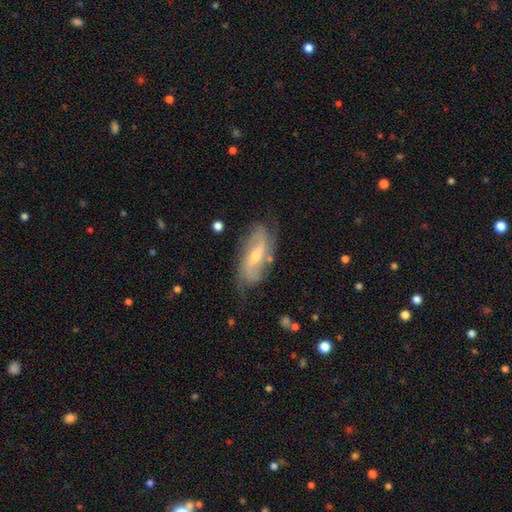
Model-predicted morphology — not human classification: smooth_or_featured: featured or disk (p=0.82) [alt: smooth p=0.12]
disk_edge_on: no (p=0.90) [alt: yes p=0.10]
bar: weak (p=0.41) [alt: no p=0.31]
has_spiral_arms: yes (p=0.93) [alt: no p=0.07]
spiral_winding: medium (p=0.39) [alt: loose p=0.37]
spiral_arm_count: 2 (p=0.70) [alt: can't tell p=0.14]
bulge_size: small (p=0.56) [alt: moderate p=0.41]
merging: none (p=0.73) [alt: minor disturbance p=0.18]